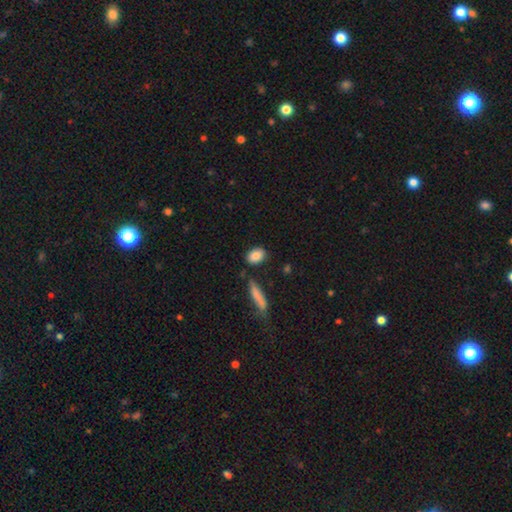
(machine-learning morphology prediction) This appears to be a smooth galaxy with no disk features (86%) that is in between round and cigar-shaped (80%). Merging: none (78%).